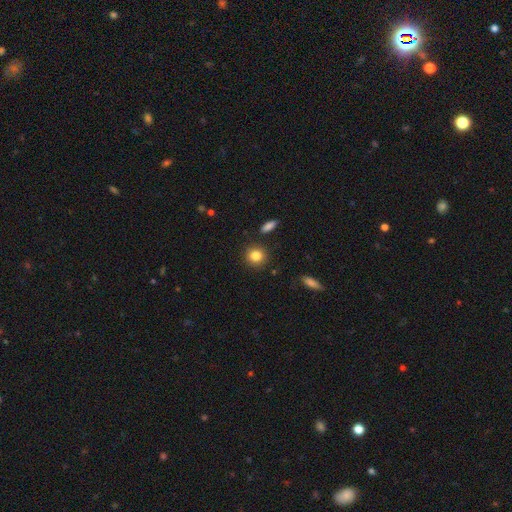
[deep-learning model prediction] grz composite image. It shows a smooth galaxy with no disk features (84%) that is round (86%). Merging: none (88%).